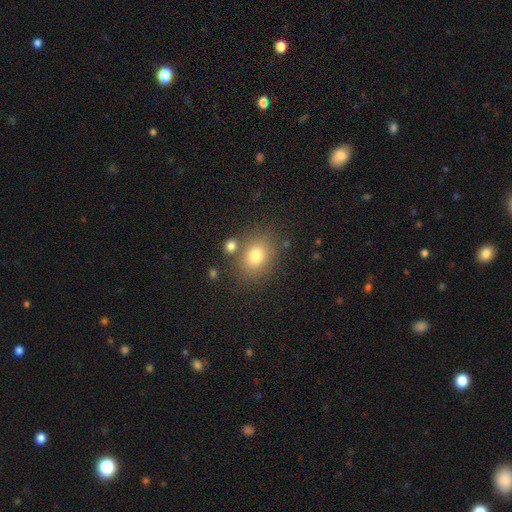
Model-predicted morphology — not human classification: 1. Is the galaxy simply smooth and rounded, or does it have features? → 77% smooth, 12% star or artifact, 11% featured or disk.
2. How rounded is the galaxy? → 61% in between, 38% round, 1% cigar-shaped.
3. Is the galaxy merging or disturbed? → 72% none, 12% minor disturbance, 11% merger, 5% major disturbance.